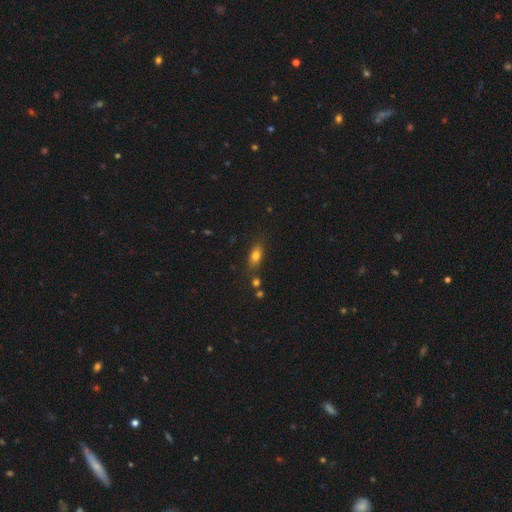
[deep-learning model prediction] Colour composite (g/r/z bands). It shows a smooth galaxy with no disk features (76%) that is in between round and cigar-shaped (77%). Merging: none (76%).